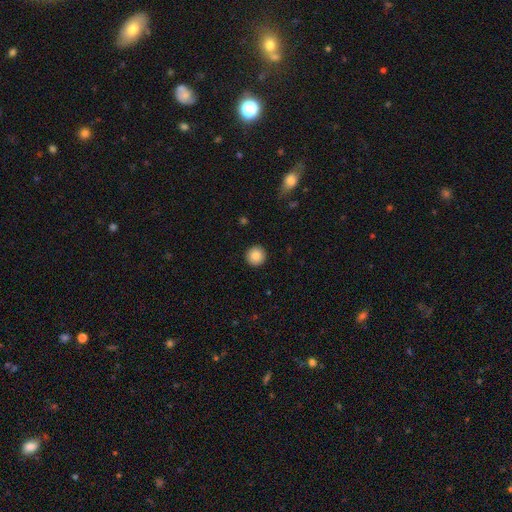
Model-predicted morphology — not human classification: Smooth or featured? Predicted: smooth (p=0.88). How rounded? Predicted: round (p=0.96). Merging? Predicted: none (p=0.92).